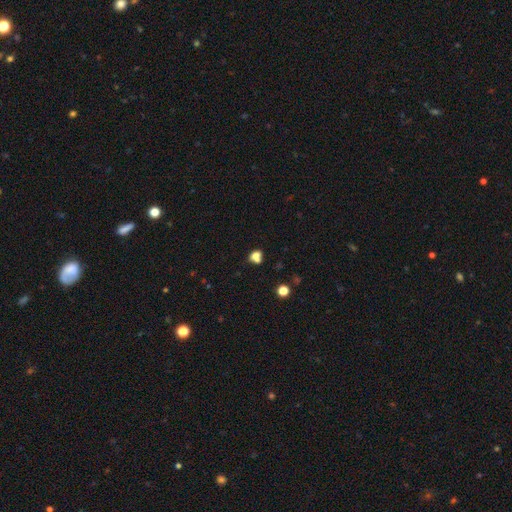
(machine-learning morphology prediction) Q: Smooth or featured?
A: smooth (73%); runner-up: star or artifact (16%)
Q: How rounded?
A: round (53%); runner-up: in between (46%)
Q: Merging?
A: none (43%); runner-up: merger (34%)